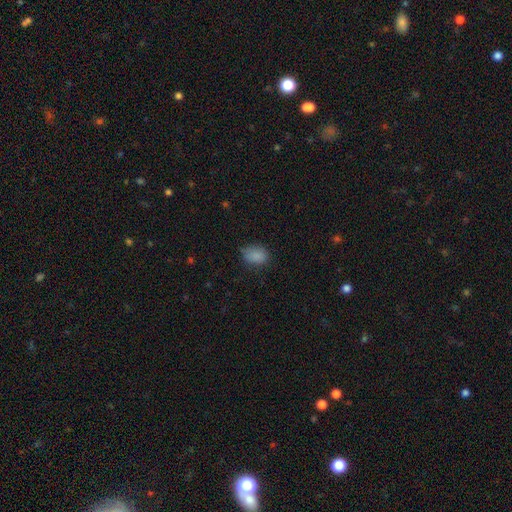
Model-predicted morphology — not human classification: smooth 85%, star or artifact 10%, featured or disk 5%. Down the decision tree: how rounded — in between (77%); merging — none (70%).